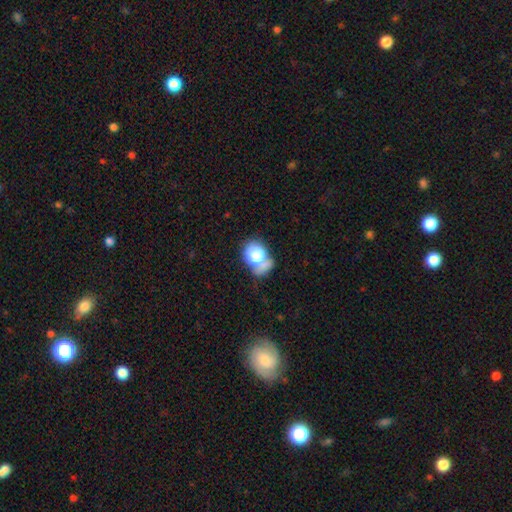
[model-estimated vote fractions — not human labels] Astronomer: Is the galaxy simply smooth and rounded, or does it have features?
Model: smooth — 71%.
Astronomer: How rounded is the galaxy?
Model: in between — 54% (runner-up: round, 45%).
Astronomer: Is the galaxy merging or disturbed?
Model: merger — 41% (runner-up: none, 25%).